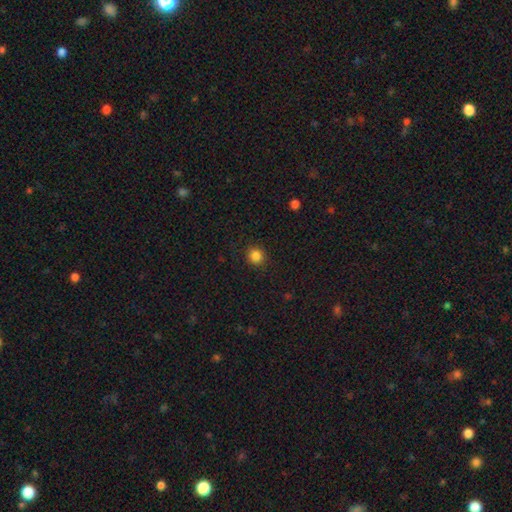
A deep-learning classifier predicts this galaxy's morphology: smooth 85%, star or artifact 11%, featured or disk 4%. Down the decision tree: how rounded — round (90%); merging — none (89%).